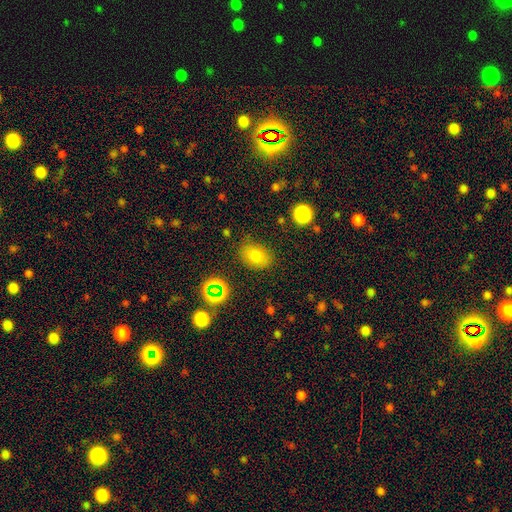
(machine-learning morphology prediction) smooth_or_featured: smooth (p=0.74) [alt: star or artifact p=0.15]
how_rounded: in between (p=0.72) [alt: round p=0.27]
merging: none (p=0.79) [alt: minor disturbance p=0.14]